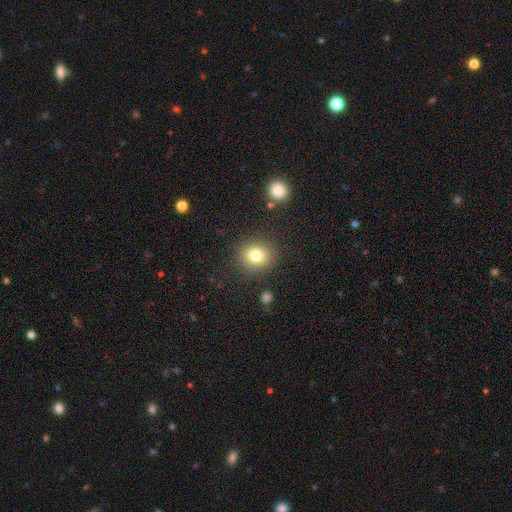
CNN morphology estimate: A smooth galaxy with no disk features (78%) that is round (83%).

Vote fractions:
- Smooth or featured? smooth: 78% / star or artifact: 12% / featured or disk: 10%
- How rounded? round: 83% / in between: 16% / cigar-shaped: 1%
- Merging? none: 85% / minor disturbance: 8% / major disturbance: 4% / merger: 3%